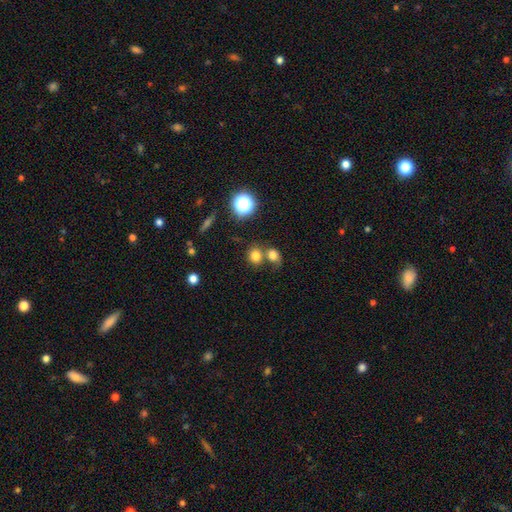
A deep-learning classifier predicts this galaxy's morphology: This is likely a smooth galaxy (76%). How rounded: likely round (75%). Merging: possibly none (50%).